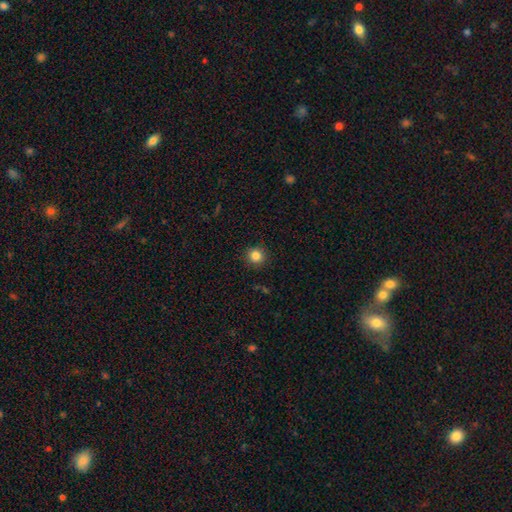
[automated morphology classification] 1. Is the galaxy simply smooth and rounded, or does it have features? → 84% smooth, 12% star or artifact, 4% featured or disk.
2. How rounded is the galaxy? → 92% round, 7% in between, 1% cigar-shaped.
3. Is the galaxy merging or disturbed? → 89% none, 7% minor disturbance, 2% major disturbance, 1% merger.